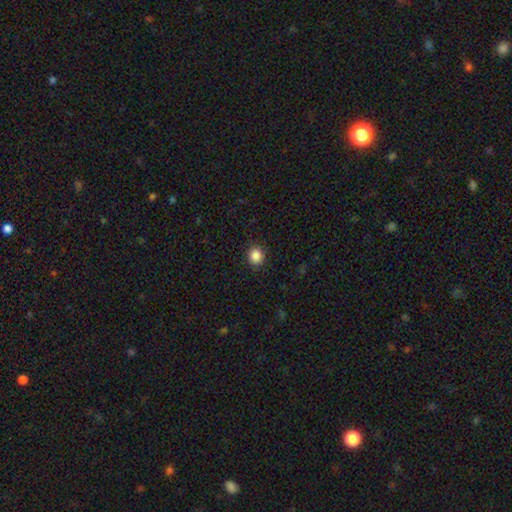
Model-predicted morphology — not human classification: The model was most divided on "how rounded": round: 81%, in between: 18%, cigar-shaped: 1%. More confident: merging — none (90%); smooth or featured — smooth (87%).